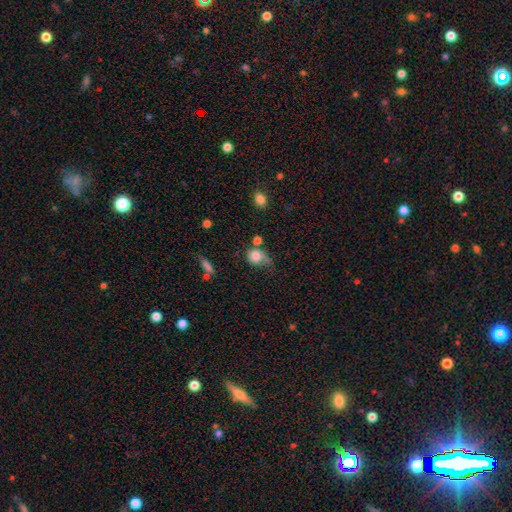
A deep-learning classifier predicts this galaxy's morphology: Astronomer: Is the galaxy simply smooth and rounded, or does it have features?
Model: smooth — 73%.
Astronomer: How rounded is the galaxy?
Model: round — 60% (runner-up: in between, 38%).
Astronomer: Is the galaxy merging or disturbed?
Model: none — 31% (runner-up: minor disturbance, 29%).